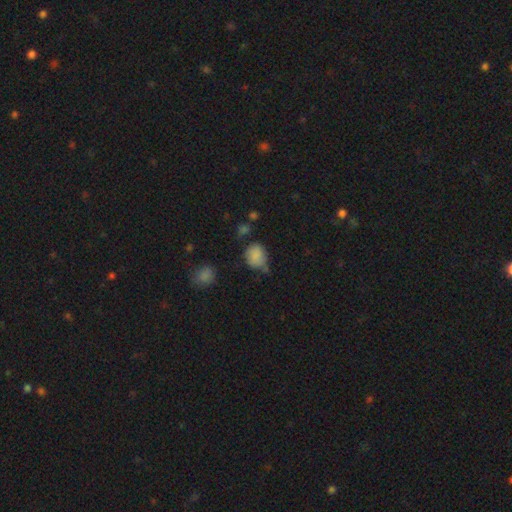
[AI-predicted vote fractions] This is clearly a smooth galaxy (81%). How rounded: likely round (63%). Merging: possibly none (52%).